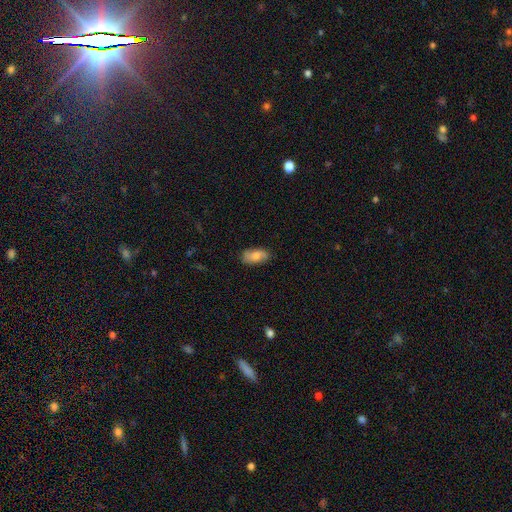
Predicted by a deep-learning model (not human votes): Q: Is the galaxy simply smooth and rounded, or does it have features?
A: smooth — 76%.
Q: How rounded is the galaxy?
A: in between — 91%.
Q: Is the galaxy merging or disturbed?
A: none — 82%.